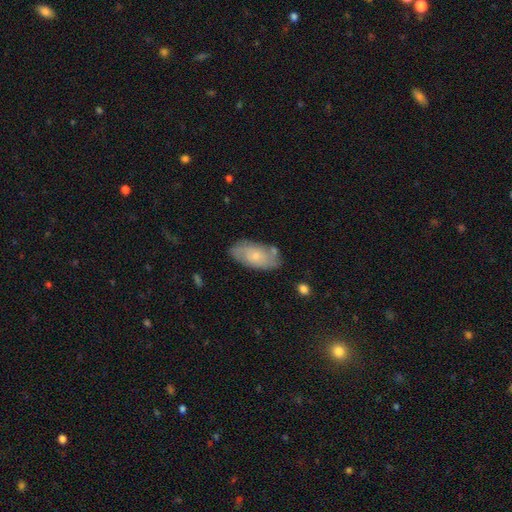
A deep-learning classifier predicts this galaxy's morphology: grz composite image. It shows a smooth galaxy with no disk features (53%) that is in between round and cigar-shaped (89%). Merging: none (74%).